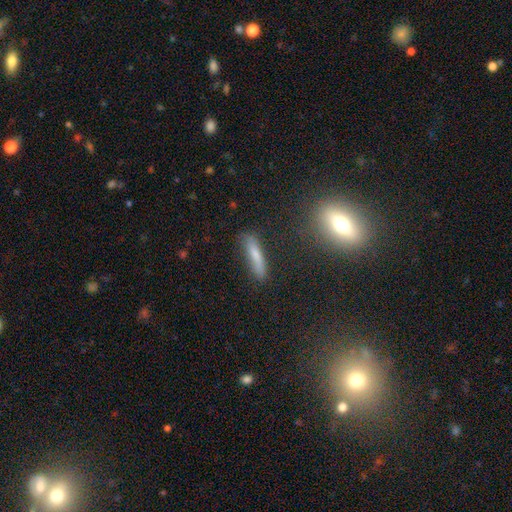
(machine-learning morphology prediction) smooth-or-featured: smooth: 72% | featured or disk: 19% | star or artifact: 9%
  how-rounded: cigar-shaped: 85% | in between: 12% | round: 2%
  merging: none: 77% | minor disturbance: 16% | major disturbance: 4% | merger: 3%